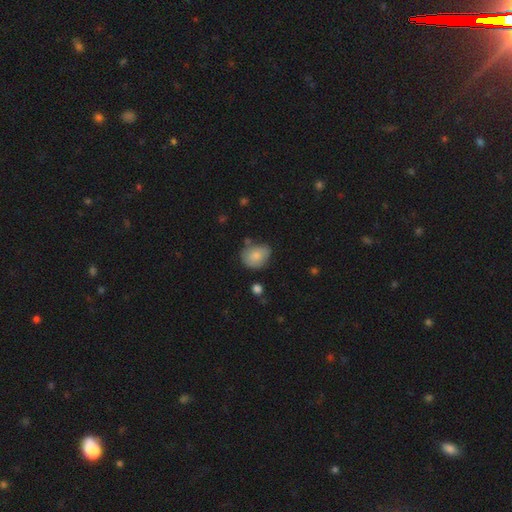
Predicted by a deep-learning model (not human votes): smooth-or-featured: smooth: 80% | featured or disk: 12% | star or artifact: 7%
  how-rounded: round: 50% | in between: 49% | cigar-shaped: 1%
  merging: none: 58% | minor disturbance: 30% | major disturbance: 7% | merger: 6%